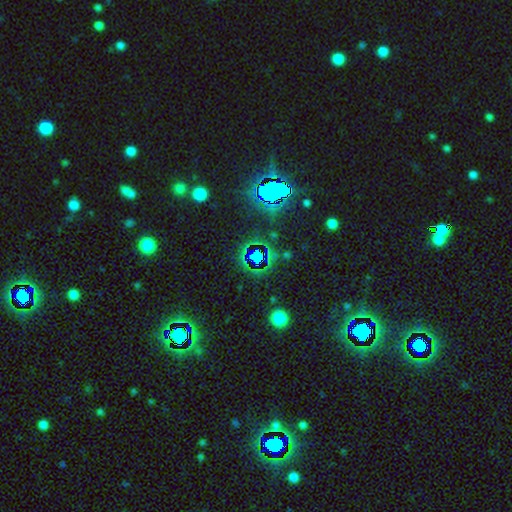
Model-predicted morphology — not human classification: Smooth or featured? Predicted: star or artifact (p=0.71).